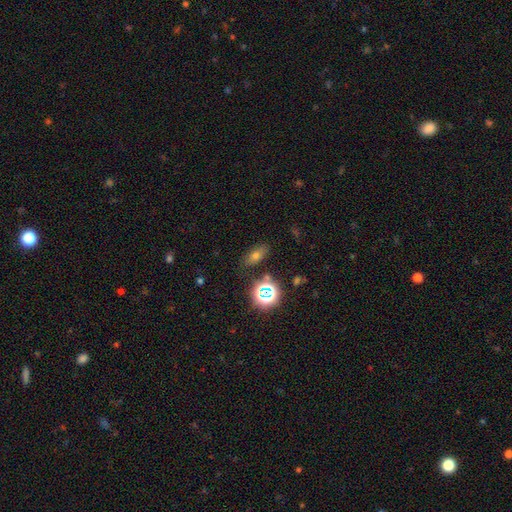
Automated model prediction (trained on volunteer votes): Q: Smooth or featured?
A: smooth (57%); runner-up: star or artifact (26%)
Q: How rounded?
A: in between (71%); runner-up: round (15%)
Q: Merging?
A: none (82%); runner-up: minor disturbance (11%)